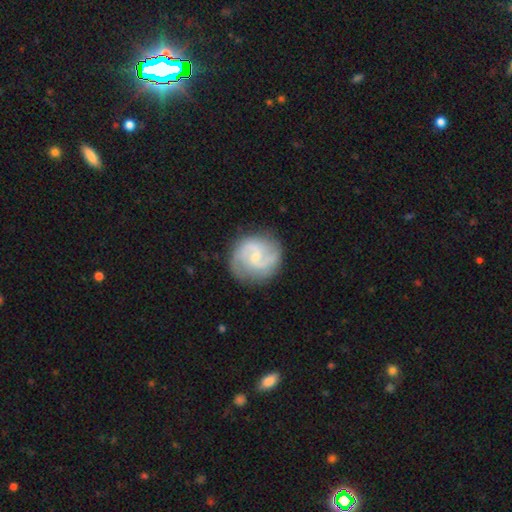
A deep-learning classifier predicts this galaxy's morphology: smooth_or_featured: featured or disk (p=0.84) [alt: smooth p=0.11]
disk_edge_on: no (p=0.98) [alt: yes p=0.02]
bar: weak (p=0.50) [alt: no p=0.39]
has_spiral_arms: yes (p=0.97) [alt: no p=0.03]
spiral_winding: medium (p=0.54) [alt: tight p=0.24]
spiral_arm_count: 2 (p=0.87) [alt: can't tell p=0.04]
bulge_size: small (p=0.70) [alt: moderate p=0.21]
merging: none (p=0.83) [alt: minor disturbance p=0.12]